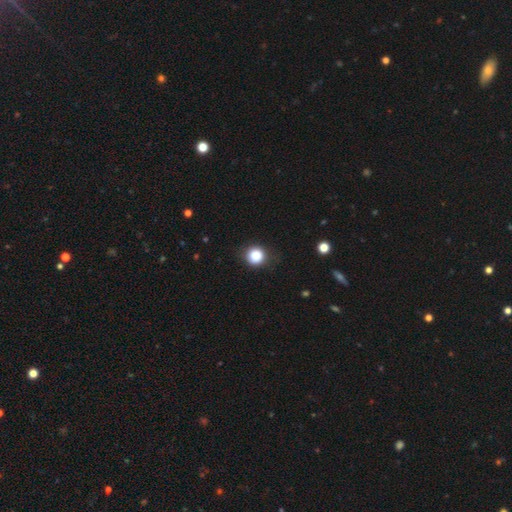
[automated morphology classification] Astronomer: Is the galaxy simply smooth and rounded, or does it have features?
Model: smooth — 86%.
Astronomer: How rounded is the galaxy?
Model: round — 91%.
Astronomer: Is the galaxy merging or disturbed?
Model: none — 83%.